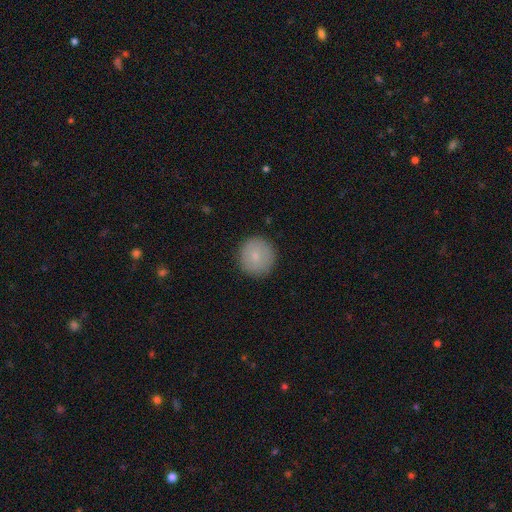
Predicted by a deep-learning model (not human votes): Smooth or featured? smooth (79%)
How rounded? round (94%)
Merging? none (90%)